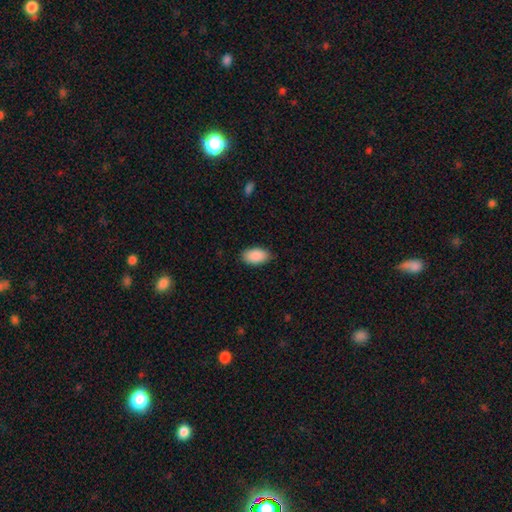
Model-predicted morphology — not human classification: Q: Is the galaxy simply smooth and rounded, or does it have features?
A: smooth — 91%.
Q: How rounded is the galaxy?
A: in between — 94%.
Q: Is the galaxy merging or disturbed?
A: none — 84%.